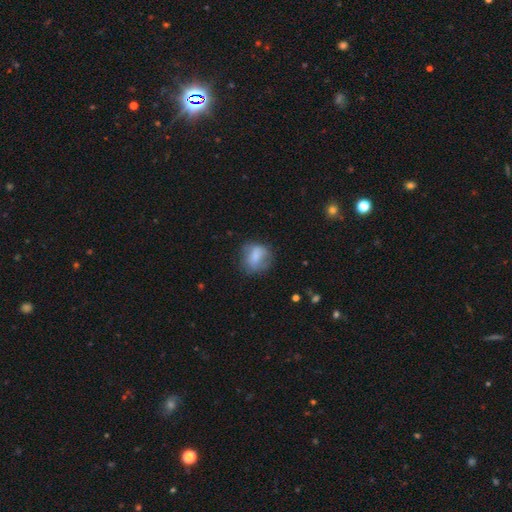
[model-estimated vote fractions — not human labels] Q: Smooth or featured?
A: smooth (72%); runner-up: featured or disk (19%)
Q: How rounded?
A: round (62%); runner-up: in between (37%)
Q: Merging?
A: none (56%); runner-up: minor disturbance (27%)